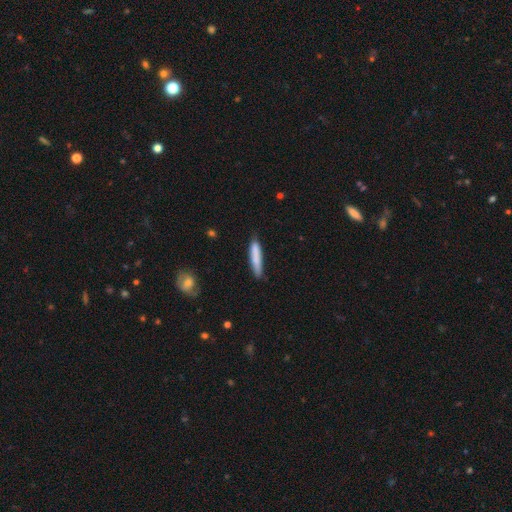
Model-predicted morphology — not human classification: Smooth or featured? smooth (79%)
How rounded? cigar-shaped (88%)
Merging? none (80%)